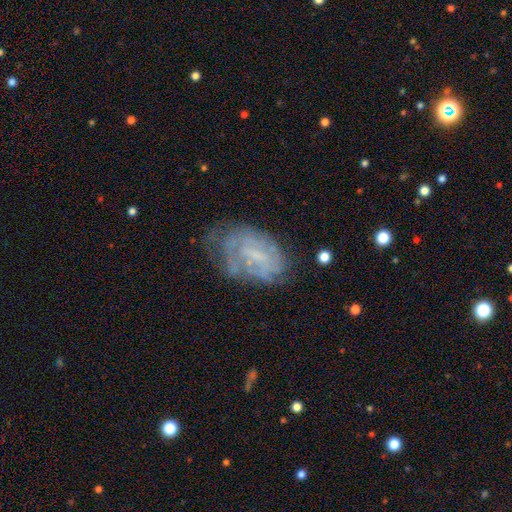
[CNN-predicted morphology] Smooth or featured?
  - featured or disk: 65% *
  - smooth: 25%
  - star or artifact: 10%
Edge-on disk?
  - no: 96% *
  - yes: 4%
Bar?
  - no: 45% *
  - weak: 44%
  - strong: 11%
Spiral arms?
  - yes: 62% *
  - no: 38%
Bulge size?
  - small: 44% *
  - none: 39%
  - moderate: 15%
  - large: 1%
  - dominant: 1%
Merging?
  - none: 48% *
  - minor disturbance: 30%
  - major disturbance: 20%
  - merger: 3%